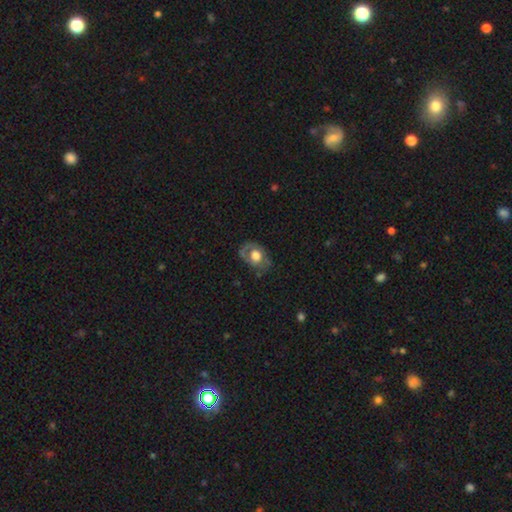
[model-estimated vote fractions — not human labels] Overall: smooth (47%; featured or disk 46%). Merging: none (64%).